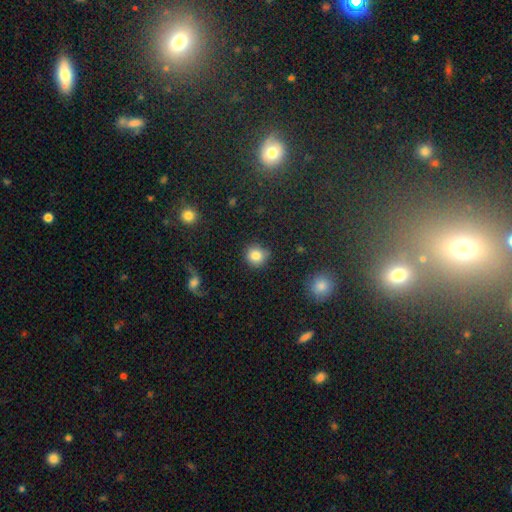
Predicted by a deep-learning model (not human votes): Morphology: type=smooth (83%); roundness=round (90%); merging=none (85%).